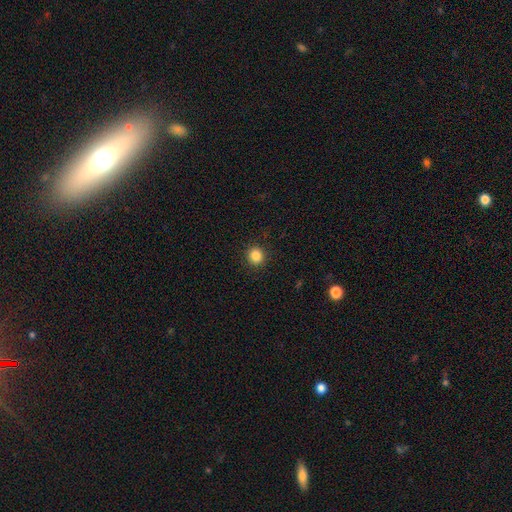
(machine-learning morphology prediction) Smooth or featured? smooth (85%)
How rounded? round (90%)
Merging? none (92%)